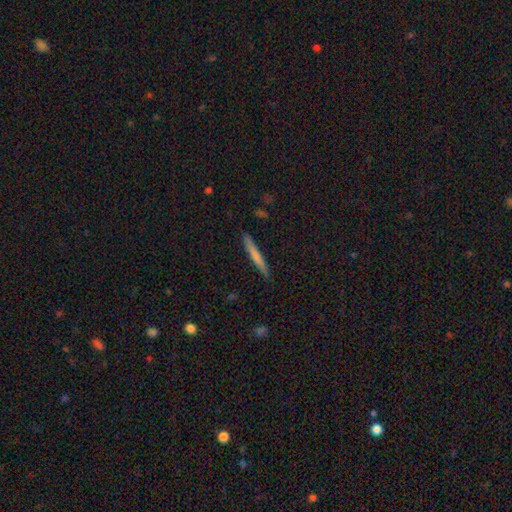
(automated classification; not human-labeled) Q: Smooth or featured?
A: smooth (66%); runner-up: featured or disk (28%)
Q: How rounded?
A: cigar-shaped (96%); runner-up: in between (3%)
Q: Merging?
A: none (89%); runner-up: minor disturbance (8%)